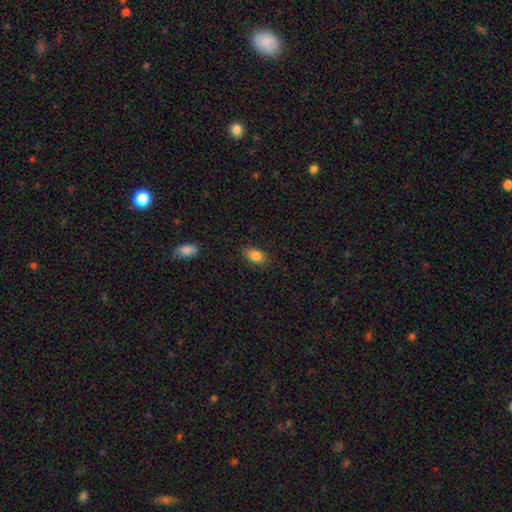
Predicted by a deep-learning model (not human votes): smooth_or_featured: smooth (p=0.85) [alt: star or artifact p=0.09]
how_rounded: in between (p=0.87) [alt: round p=0.10]
merging: none (p=0.82) [alt: minor disturbance p=0.14]